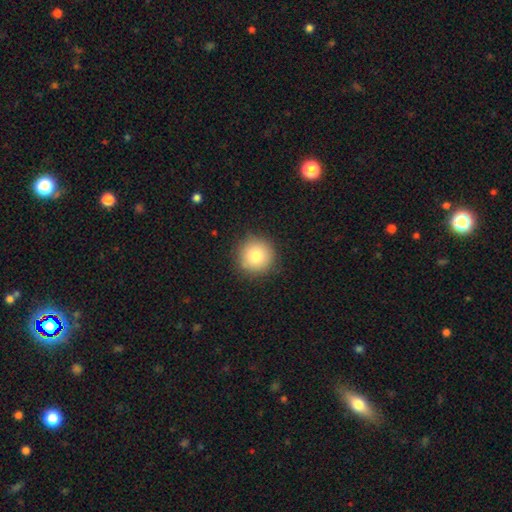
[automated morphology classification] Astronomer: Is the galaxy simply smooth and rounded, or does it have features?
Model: smooth — 81%.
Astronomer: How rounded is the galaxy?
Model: round — 95%.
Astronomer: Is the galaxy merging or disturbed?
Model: none — 88%.